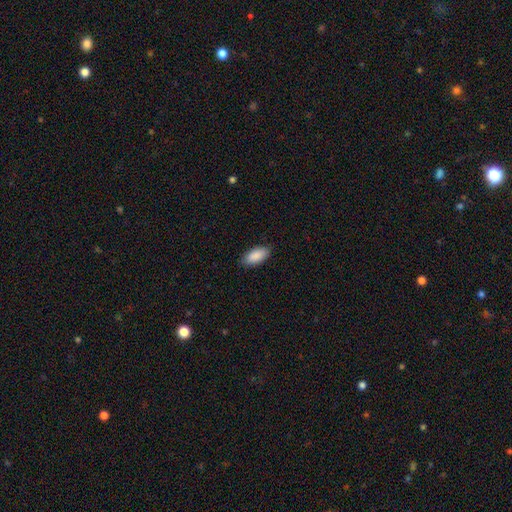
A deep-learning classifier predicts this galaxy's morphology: This is clearly a smooth galaxy (90%). How rounded: clearly in between (91%). Merging: clearly none (87%).